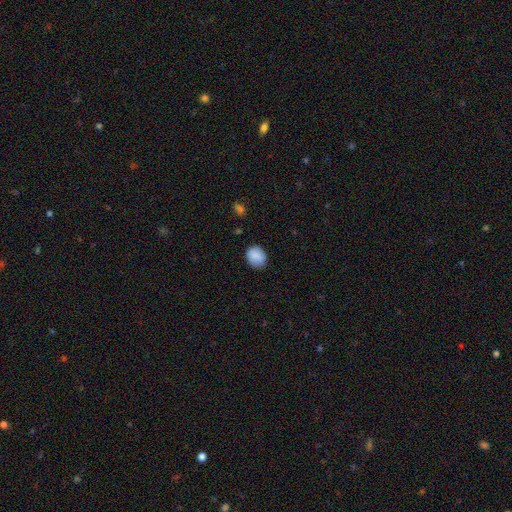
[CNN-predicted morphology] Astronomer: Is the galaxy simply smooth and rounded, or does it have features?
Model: smooth — 87%.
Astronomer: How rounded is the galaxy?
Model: round — 65%.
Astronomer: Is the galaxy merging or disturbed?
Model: none — 83%.